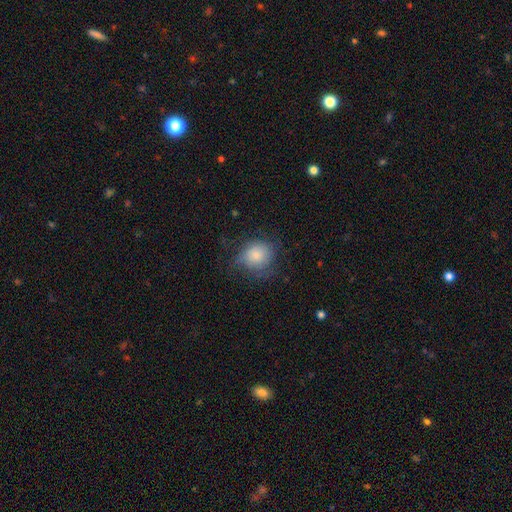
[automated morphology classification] A smooth galaxy with no disk features (74%) that is round (71%). Merging: none (56%).